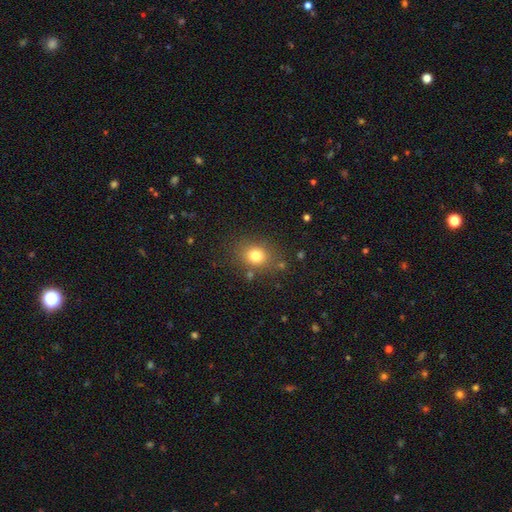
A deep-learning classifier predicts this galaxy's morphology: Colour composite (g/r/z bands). It shows a smooth galaxy with no disk features (78%) that is round (62%). Merging: none (79%).